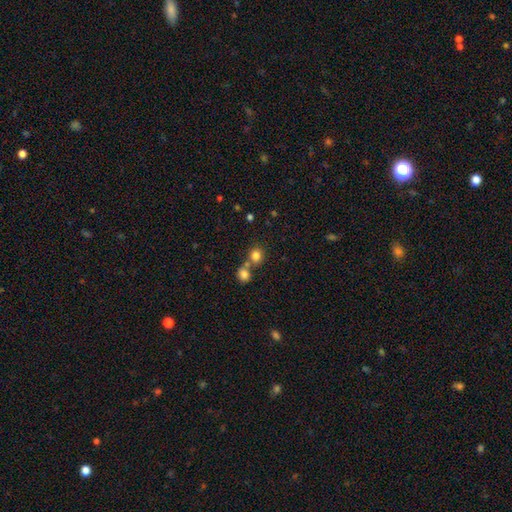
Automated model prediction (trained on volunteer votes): Smooth or featured?
  - smooth: 81% *
  - star or artifact: 12%
  - featured or disk: 6%
How rounded?
  - round: 85% *
  - in between: 14%
  - cigar-shaped: 1%
Merging?
  - none: 59% *
  - merger: 31%
  - minor disturbance: 7%
  - major disturbance: 3%